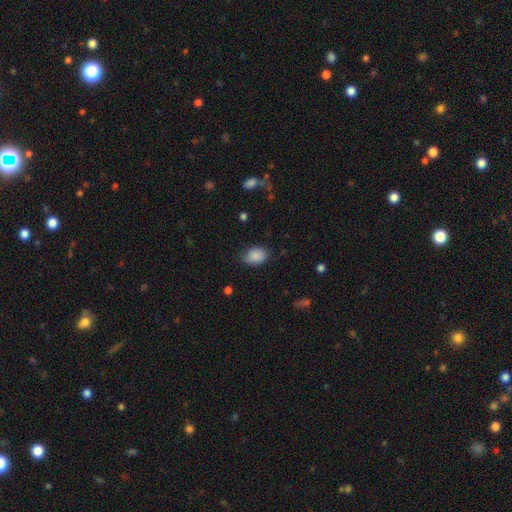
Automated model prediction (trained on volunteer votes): The model was most divided on "how rounded": in between: 77%, round: 22%, cigar-shaped: 1%. More confident: smooth or featured — smooth (88%); merging — none (78%).